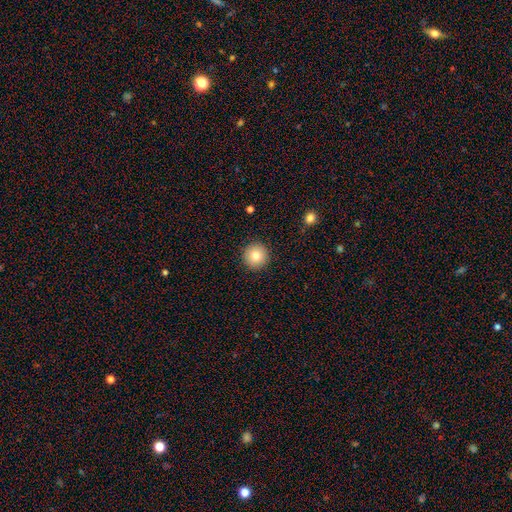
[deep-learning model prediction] Q: Smooth or featured?
A: smooth (81%); runner-up: star or artifact (10%)
Q: How rounded?
A: round (96%); runner-up: in between (3%)
Q: Merging?
A: none (92%); runner-up: minor disturbance (5%)